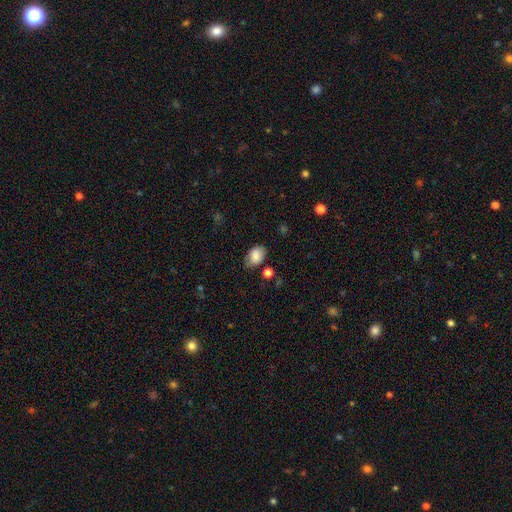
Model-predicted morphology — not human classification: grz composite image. It shows a smooth galaxy with no disk features (84%) that is in between round and cigar-shaped (84%). Merging: none (73%).